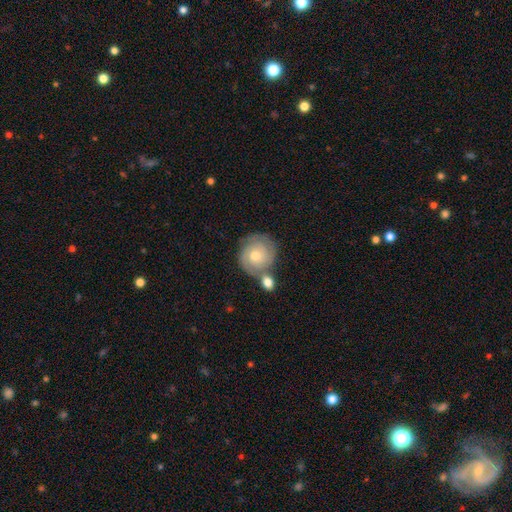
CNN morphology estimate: Smooth or featured? featured or disk (63%)
Edge-on disk? no (97%)
Bar? no (76%)
Spiral arms? yes (88%)
Spiral winding? tight (71%)
Spiral arm count? 2 (52%)
Bulge size? moderate (63%)
Merging? none (57%)